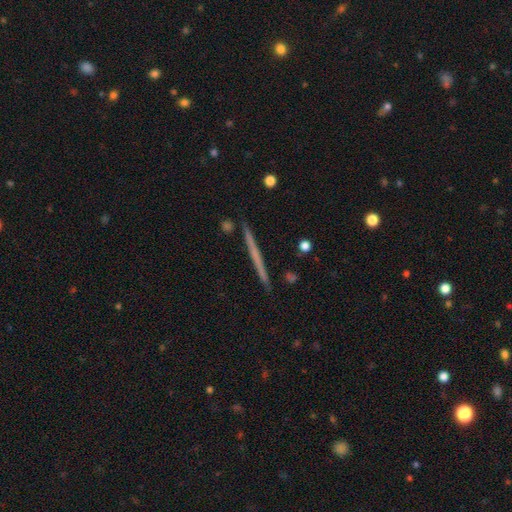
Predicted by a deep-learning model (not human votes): smooth-or-featured: featured or disk: 56% | smooth: 38% | star or artifact: 7%
  disk-edge-on: yes: 98% | no: 2%
    edge-on-bulge: none: 85% | rounded: 12% | boxy: 4%
  merging: none: 91% | minor disturbance: 6% | merger: 2% | major disturbance: 1%